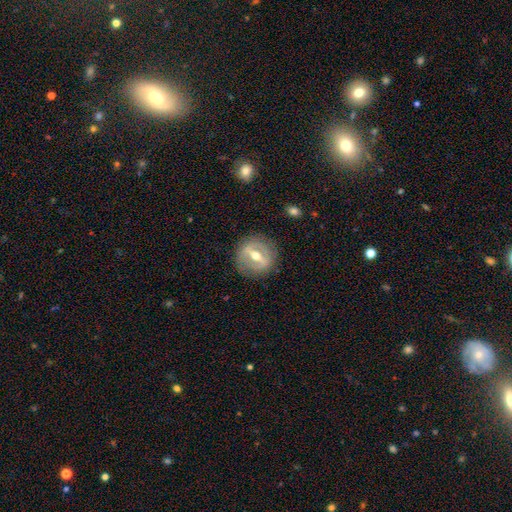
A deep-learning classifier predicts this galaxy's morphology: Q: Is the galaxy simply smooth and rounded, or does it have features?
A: featured or disk — 71%.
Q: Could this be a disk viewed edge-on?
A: no — 84%.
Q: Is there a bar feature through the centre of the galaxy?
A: strong — 64%.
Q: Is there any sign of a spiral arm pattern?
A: no — 72%.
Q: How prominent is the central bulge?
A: moderate — 77%.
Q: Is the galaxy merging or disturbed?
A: none — 84%.